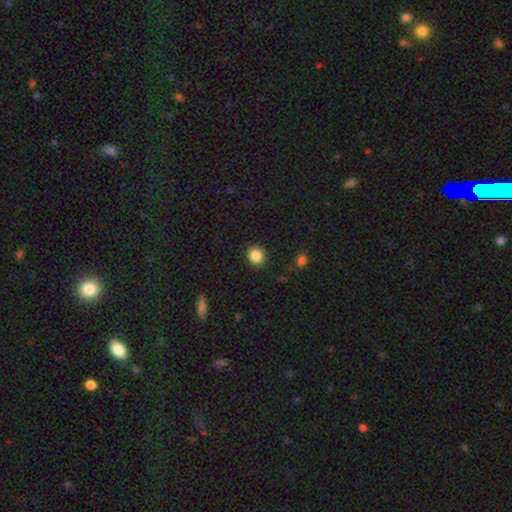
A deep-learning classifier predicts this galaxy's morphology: Smooth or featured? Predicted: smooth (p=0.87). How rounded? Predicted: round (p=0.81). Merging? Predicted: none (p=0.90).